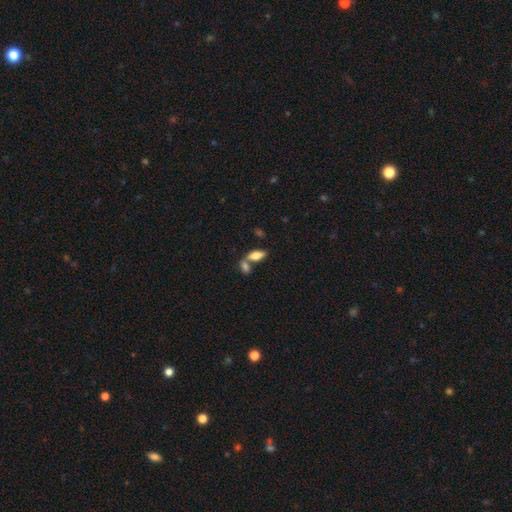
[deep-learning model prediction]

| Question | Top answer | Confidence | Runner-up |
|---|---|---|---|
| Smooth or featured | smooth | 72% | featured or disk (21%) |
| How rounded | in between | 79% | cigar-shaped (18%) |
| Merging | none | 52% | merger (35%) |